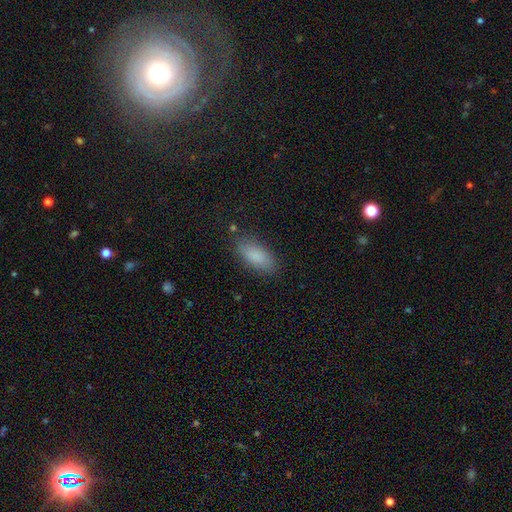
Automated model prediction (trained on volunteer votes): Smooth or featured? smooth (86%)
How rounded? in between (82%)
Merging? none (84%)